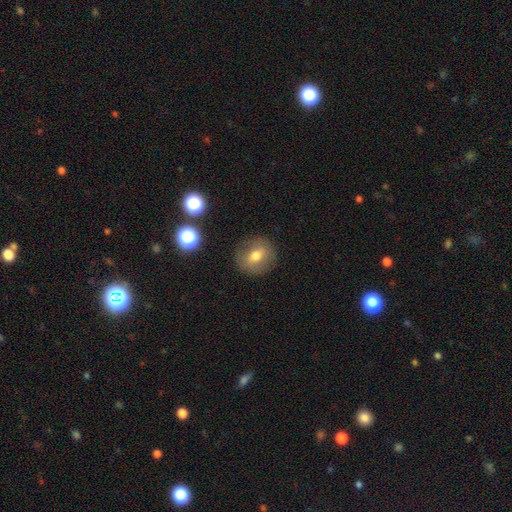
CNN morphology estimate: A smooth galaxy with no disk features (64%) that is round (76%).

Vote fractions:
- Smooth or featured? smooth: 64% / featured or disk: 25% / star or artifact: 11%
- How rounded? round: 76% / in between: 23% / cigar-shaped: 1%
- Merging? none: 84% / minor disturbance: 11% / major disturbance: 4% / merger: 2%